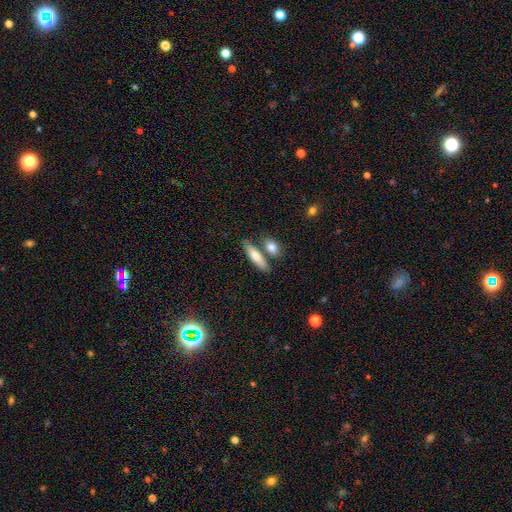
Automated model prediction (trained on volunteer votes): Smooth or featured? smooth (71%)
How rounded? cigar-shaped (55%)
Merging? none (62%)